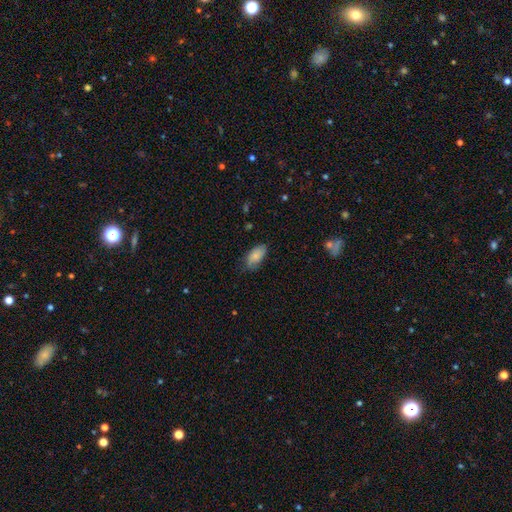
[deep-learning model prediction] A smooth galaxy with no disk features (79%) that is in between round and cigar-shaped (93%). Merging: none (68%).